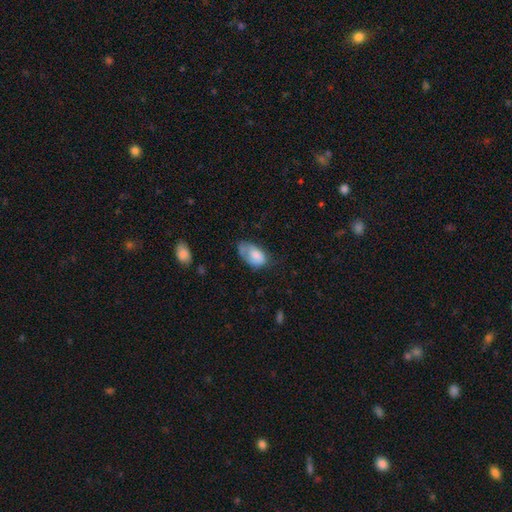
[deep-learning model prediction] smooth_or_featured: smooth (p=0.74) [alt: featured or disk p=0.19]
how_rounded: in between (p=0.92) [alt: round p=0.06]
merging: minor disturbance (p=0.38) [alt: none p=0.35]